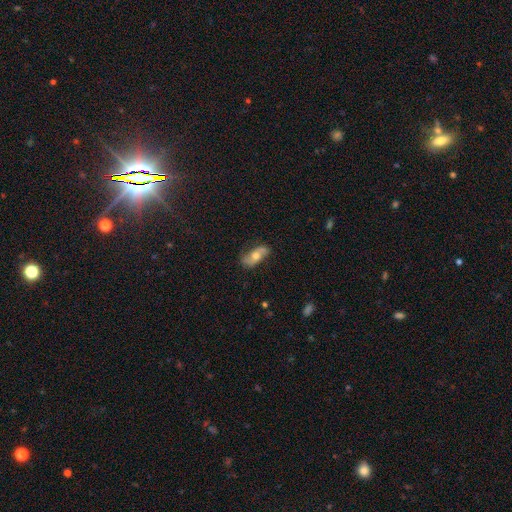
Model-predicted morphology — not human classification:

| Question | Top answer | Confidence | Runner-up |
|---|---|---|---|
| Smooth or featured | featured or disk | 57% | smooth (36%) |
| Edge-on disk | no | 87% | yes (13%) |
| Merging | none | 76% | minor disturbance (18%) |